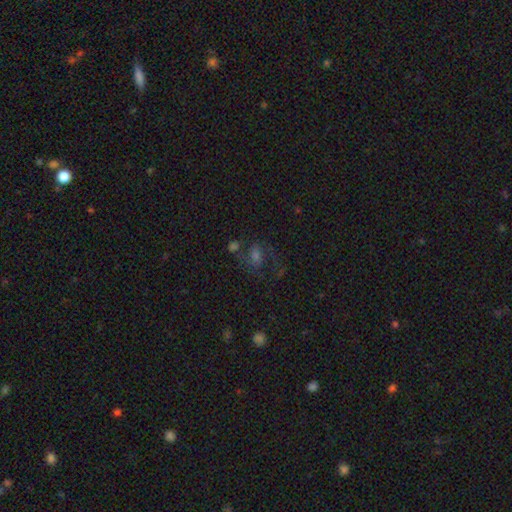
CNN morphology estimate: A featured or disk galaxy (37%).

Vote fractions:
- Smooth or featured? featured or disk: 37% / smooth: 33% / star or artifact: 29%
- Merging? none: 53% / major disturbance: 20% / minor disturbance: 17% / merger: 10%